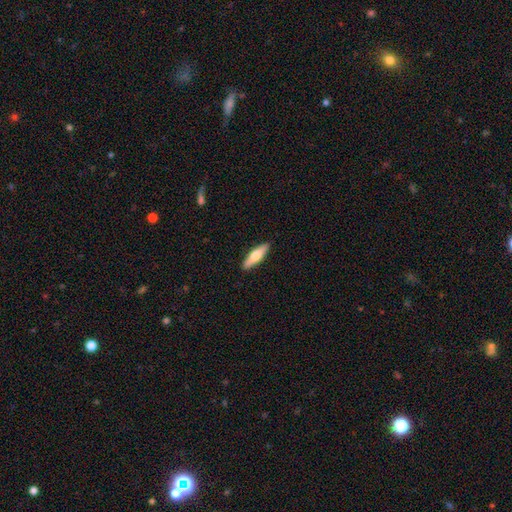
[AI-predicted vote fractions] smooth-or-featured: smooth: 55% | featured or disk: 40% | star or artifact: 5%
  how-rounded: cigar-shaped: 67% | in between: 32% | round: 2%
  merging: none: 91% | minor disturbance: 7% | major disturbance: 1% | merger: 1%